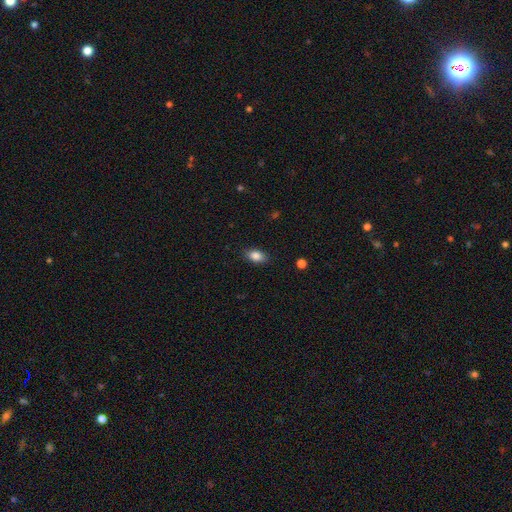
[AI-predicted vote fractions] smooth_or_featured: smooth (p=0.86) [alt: star or artifact p=0.08]
how_rounded: in between (p=0.87) [alt: round p=0.11]
merging: none (p=0.86) [alt: minor disturbance p=0.10]